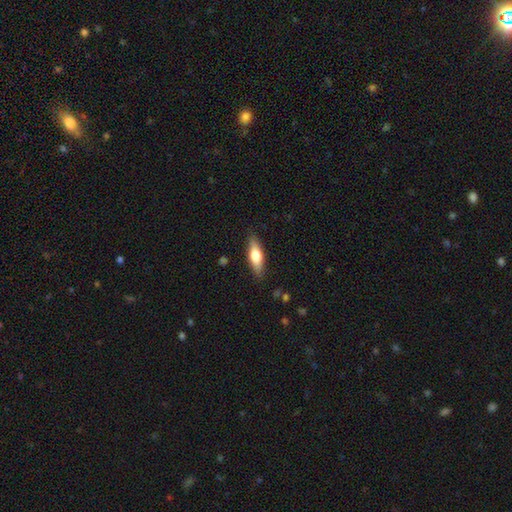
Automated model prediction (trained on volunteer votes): This appears to be a smooth galaxy with no disk features (60%) that is in between round and cigar-shaped (51%). Merging: none (87%).